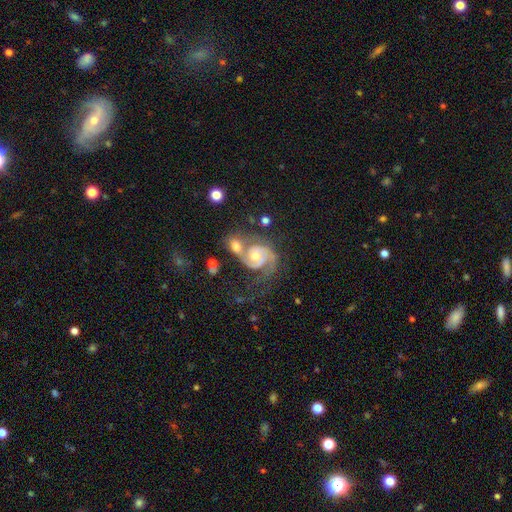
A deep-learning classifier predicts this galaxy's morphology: smooth_or_featured: featured or disk (p=0.87) [alt: smooth p=0.07]
disk_edge_on: no (p=0.98) [alt: yes p=0.02]
bar: no (p=0.64) [alt: weak p=0.28]
has_spiral_arms: yes (p=0.97) [alt: no p=0.03]
spiral_winding: medium (p=0.45) [alt: tight p=0.41]
spiral_arm_count: 2 (p=0.72) [alt: 1 p=0.11]
bulge_size: moderate (p=0.55) [alt: small p=0.38]
merging: merger (p=0.35) [alt: none p=0.34]